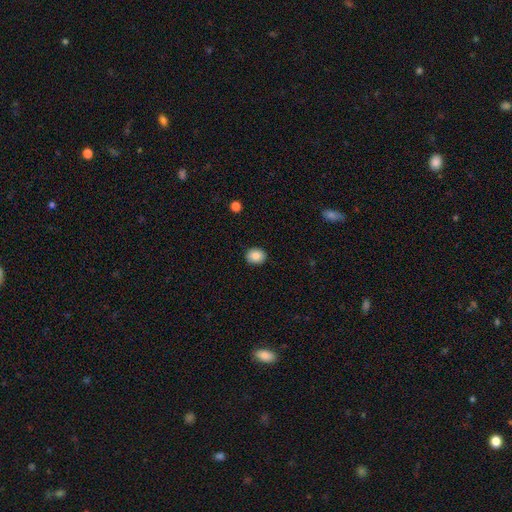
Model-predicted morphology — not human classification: Overall: smooth (86%). How rounded: round (58%; in between 41%). Merging: none (90%).